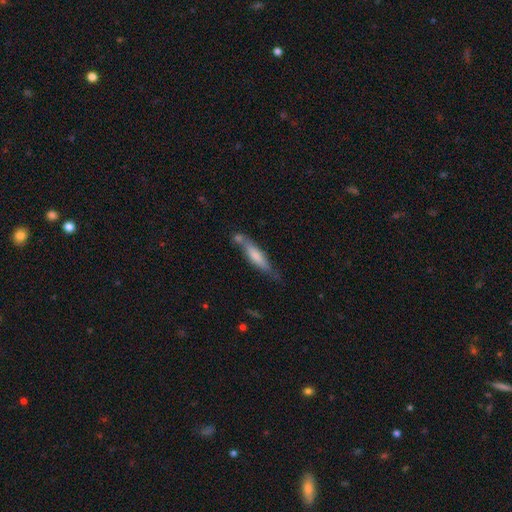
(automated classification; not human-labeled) Morphology: type=smooth (63%); roundness=cigar-shaped (81%); merging=none (58%).